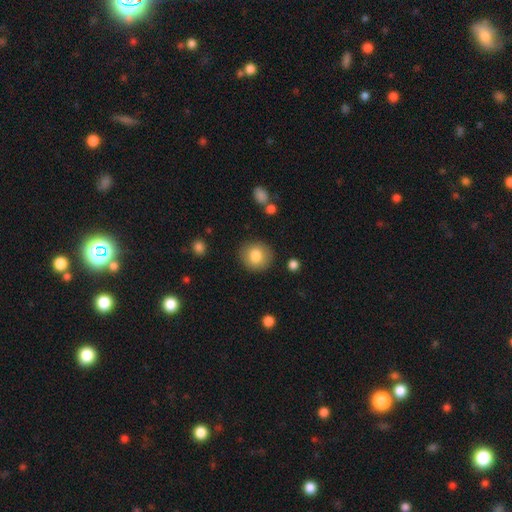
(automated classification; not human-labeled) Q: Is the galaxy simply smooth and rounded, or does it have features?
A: smooth — 81%.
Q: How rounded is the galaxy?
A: round — 86%.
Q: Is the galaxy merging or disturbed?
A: none — 87%.